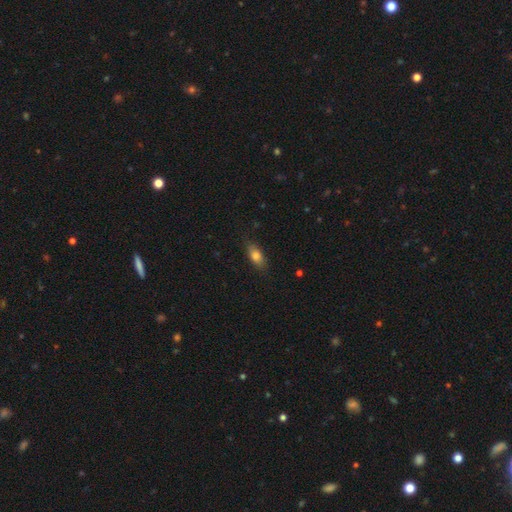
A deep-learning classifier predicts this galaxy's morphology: Smooth or featured: smooth — 80% (featured or disk — 12%)
How rounded: in between — 83% (cigar-shaped — 13%)
Merging: none — 82% (minor disturbance — 14%)